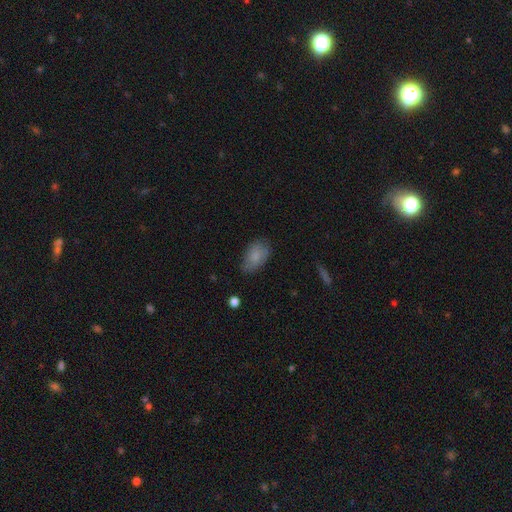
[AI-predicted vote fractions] Q: Smooth or featured?
A: smooth (81%); runner-up: featured or disk (12%)
Q: How rounded?
A: in between (92%); runner-up: round (7%)
Q: Merging?
A: none (72%); runner-up: minor disturbance (22%)